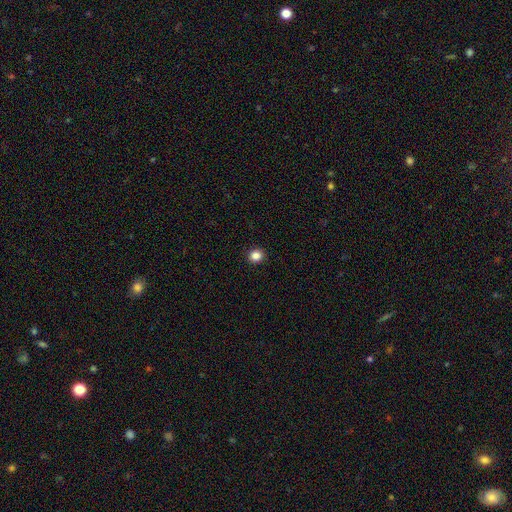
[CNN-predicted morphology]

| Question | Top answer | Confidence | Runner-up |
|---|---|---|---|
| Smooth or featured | smooth | 86% | star or artifact (11%) |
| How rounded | round | 84% | in between (15%) |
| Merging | none | 93% | minor disturbance (5%) |